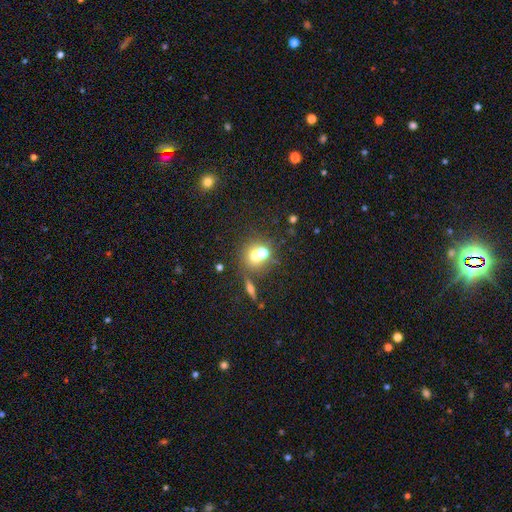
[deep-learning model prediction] A smooth galaxy with no disk features (63%) that is round (82%).

Vote fractions:
- Smooth or featured? smooth: 63% / featured or disk: 21% / star or artifact: 16%
- How rounded? round: 82% / in between: 17% / cigar-shaped: 1%
- Merging? merger: 50% / none: 39% / minor disturbance: 7% / major disturbance: 4%